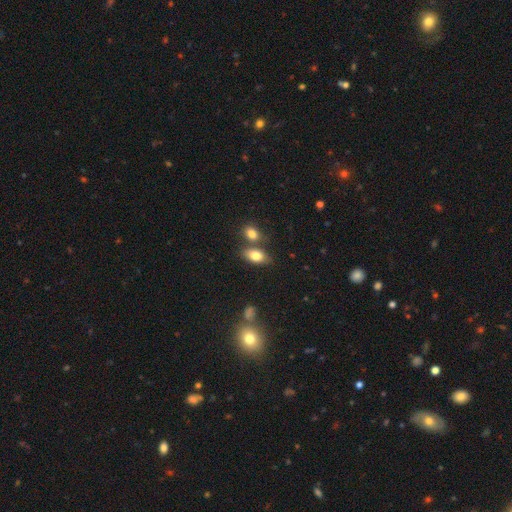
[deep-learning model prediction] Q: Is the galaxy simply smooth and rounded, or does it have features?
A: smooth — 81%.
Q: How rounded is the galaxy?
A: in between — 89%.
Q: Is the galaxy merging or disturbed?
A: none — 59%.